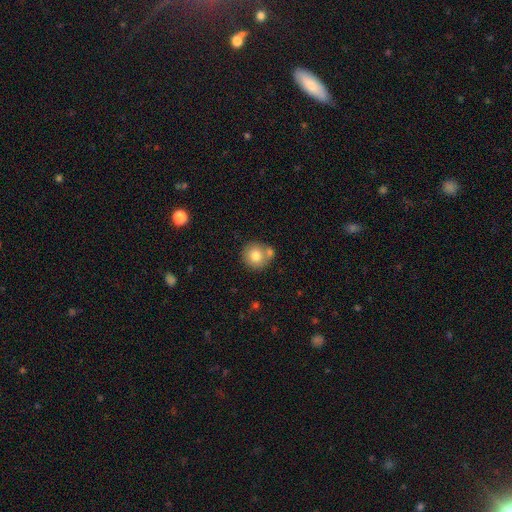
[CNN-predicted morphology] This is likely a smooth galaxy (78%). How rounded: clearly round (91%). Merging: possibly none (60%).